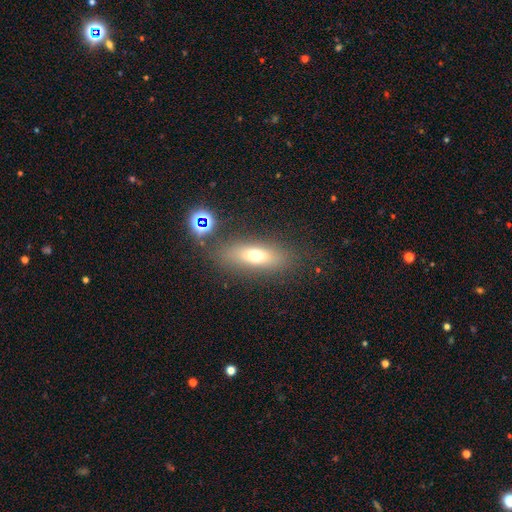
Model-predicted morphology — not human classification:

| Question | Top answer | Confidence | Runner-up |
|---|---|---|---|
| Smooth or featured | smooth | 63% | featured or disk (23%) |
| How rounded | in between | 61% | cigar-shaped (31%) |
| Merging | none | 77% | minor disturbance (12%) |